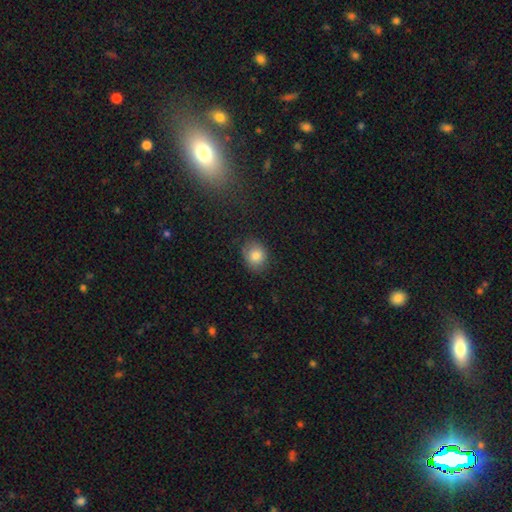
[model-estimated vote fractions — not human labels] Smooth or featured? smooth (82%)
How rounded? round (62%)
Merging? none (80%)